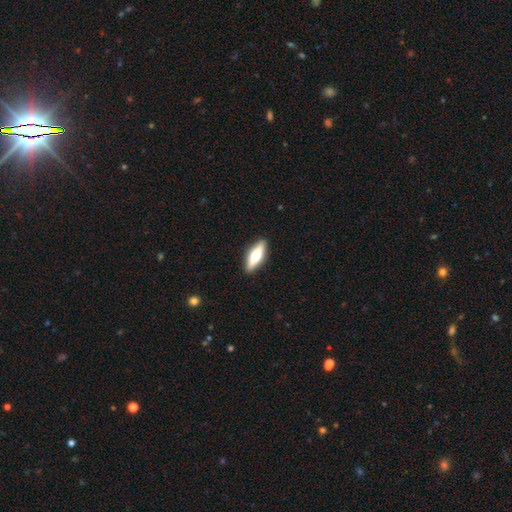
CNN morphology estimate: Q: Smooth or featured?
A: smooth (50%); runner-up: featured or disk (45%)
Q: How rounded?
A: in between (51%); runner-up: cigar-shaped (46%)
Q: Merging?
A: none (90%); runner-up: minor disturbance (7%)